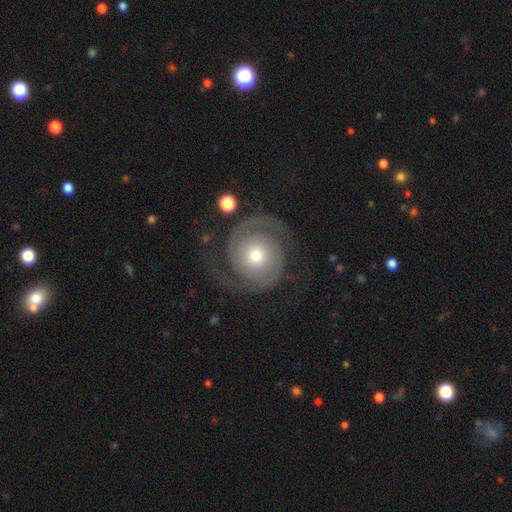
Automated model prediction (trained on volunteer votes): Smooth or featured: featured or disk — 88% (smooth — 6%)
Edge-on disk: no — 98% (yes — 2%)
Bar: no — 78% (weak — 16%)
Spiral arms: yes — 98% (no — 2%)
Spiral winding: tight — 51% (medium — 37%)
Spiral arm count: 2 — 93% (can't tell — 2%)
Bulge size: moderate — 56% (small — 37%)
Merging: none — 78% (minor disturbance — 12%)